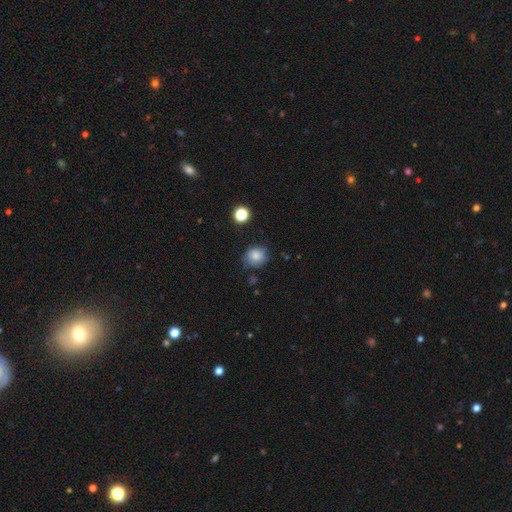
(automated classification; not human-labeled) Morphology: type=smooth (77%); roundness=round (77%); merging=none (70%).